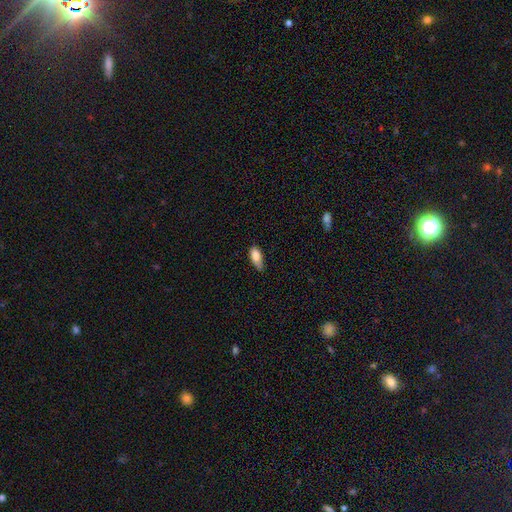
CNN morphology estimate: Overall: smooth (82%). How rounded: in between (82%). Merging: none (49%; minor disturbance 40%).